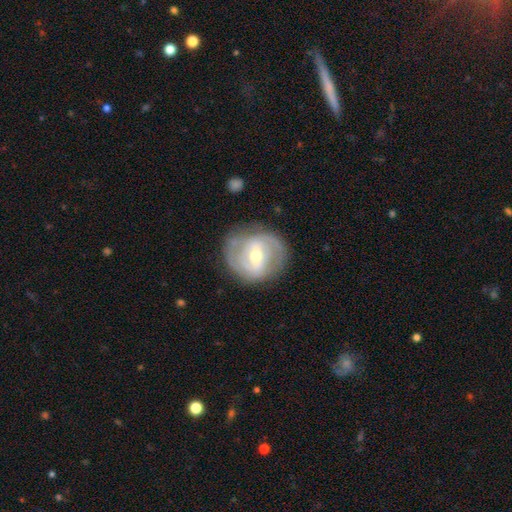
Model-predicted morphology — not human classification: Smooth or featured? Predicted: featured or disk (p=0.76). Edge-on disk? Predicted: no (p=0.97). Bar? Predicted: weak (p=0.47). Spiral arms? Predicted: yes (p=0.83). Spiral winding? Predicted: tight (p=0.45). Spiral arm count? Predicted: 2 (p=0.68). Bulge size? Predicted: moderate (p=0.56). Merging? Predicted: none (p=0.75).